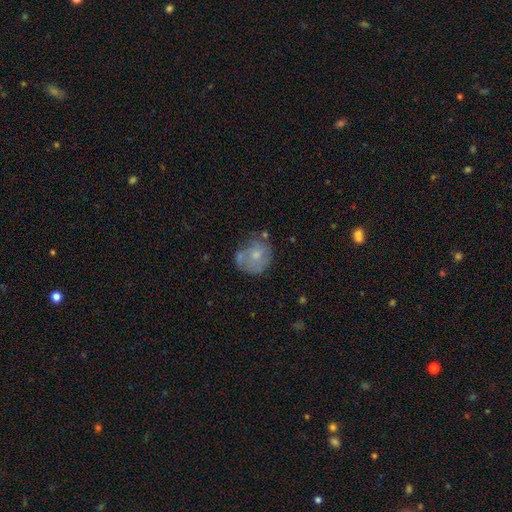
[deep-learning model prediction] Smooth or featured?
  - smooth: 56% *
  - featured or disk: 36%
  - star or artifact: 8%
How rounded?
  - round: 71% *
  - in between: 28%
  - cigar-shaped: 1%
Merging?
  - none: 51% *
  - minor disturbance: 27%
  - major disturbance: 13%
  - merger: 9%